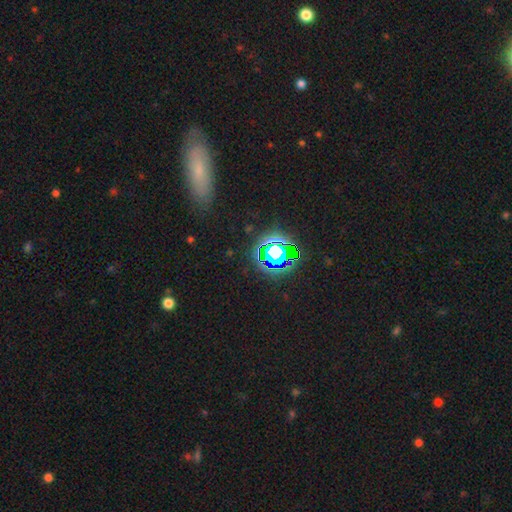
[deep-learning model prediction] star or artifact 68%, smooth 22%, featured or disk 10%.